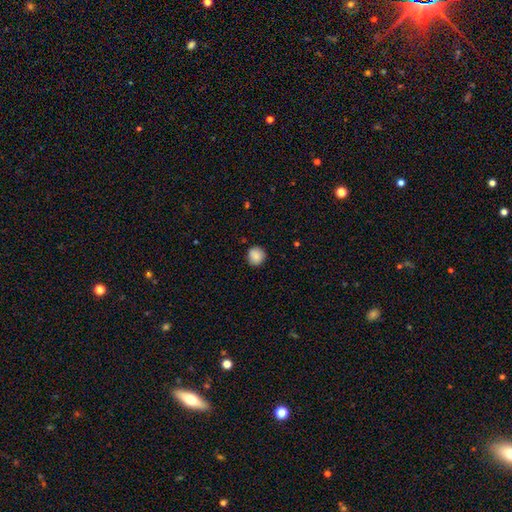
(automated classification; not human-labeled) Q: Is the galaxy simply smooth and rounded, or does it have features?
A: smooth — 87%.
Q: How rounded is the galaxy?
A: round — 91%.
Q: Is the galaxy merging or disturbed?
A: none — 87%.